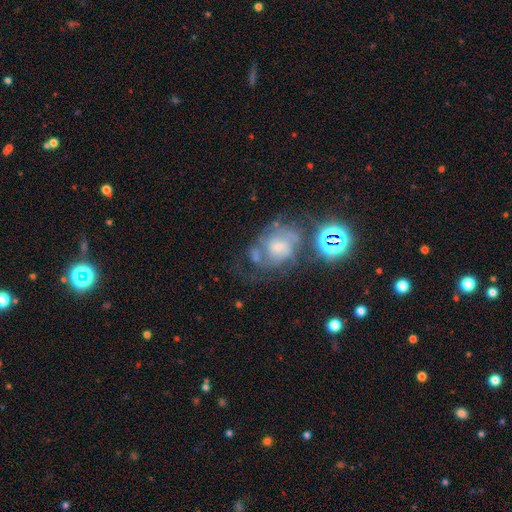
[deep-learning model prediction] This is likely a featured or disk galaxy (67%). It is clearly not viewed edge-on (97%). Bar: likely no (66%). Spiral arm pattern: clearly yes (86%). Spiral arm count: marginally can't tell (41%). Spiral winding: possibly tight (48%). Central bulge: possibly small (52%). Merging: possibly none (46%).